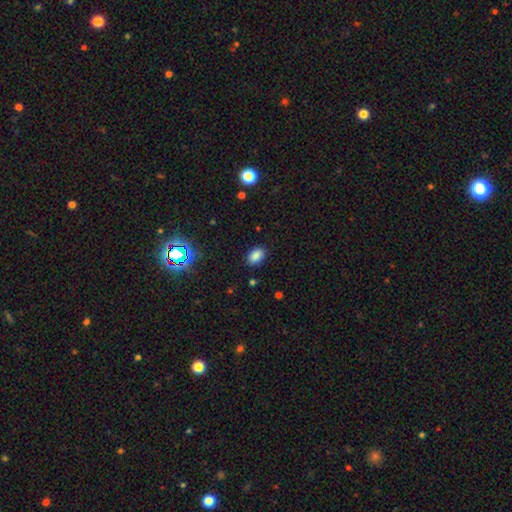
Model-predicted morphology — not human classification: smooth 84%, star or artifact 12%, featured or disk 4%. Down the decision tree: how rounded — in between (88%); merging — none (87%).